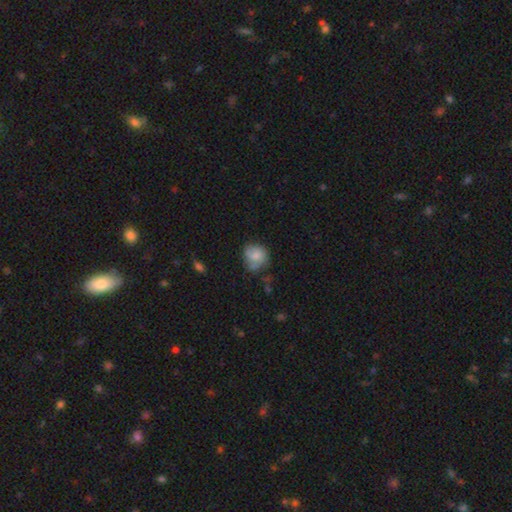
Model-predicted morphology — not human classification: This is likely a smooth galaxy (72%). How rounded: likely round (76%). Merging: possibly none (53%).